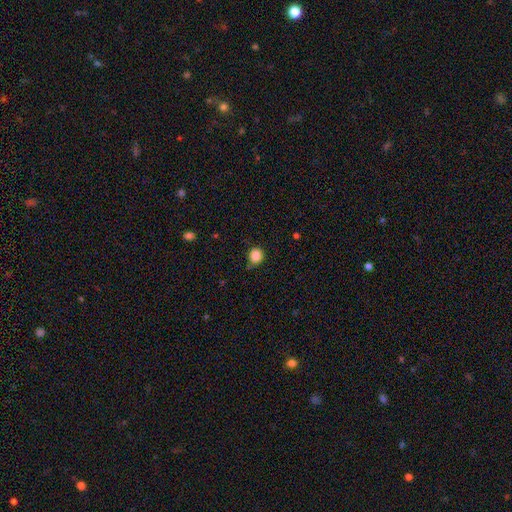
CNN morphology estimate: type=smooth (86%); roundness=round (85%); merging=none (76%).